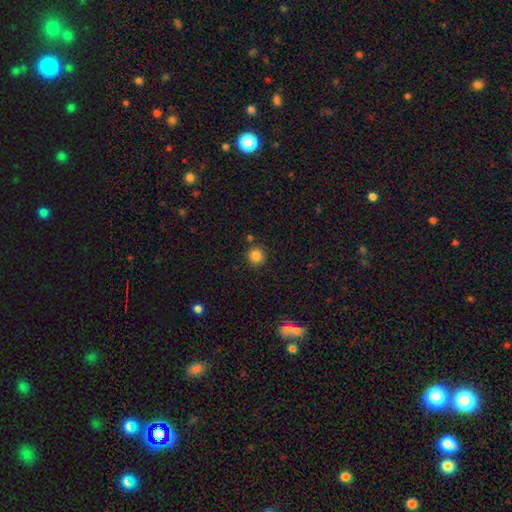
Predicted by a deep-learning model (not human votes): Smooth or featured? Predicted: smooth (p=0.85). How rounded? Predicted: round (p=0.93). Merging? Predicted: none (p=0.86).